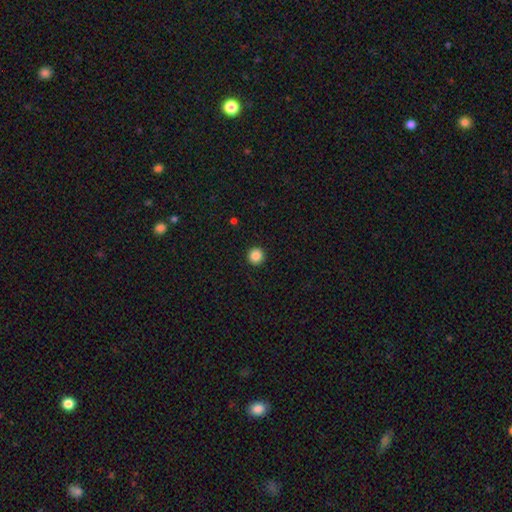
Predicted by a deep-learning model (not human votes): Smooth or featured? Predicted: smooth (p=0.87). How rounded? Predicted: round (p=0.96). Merging? Predicted: none (p=0.93).